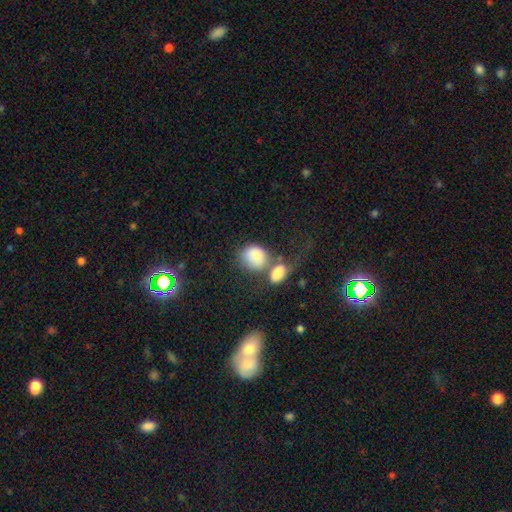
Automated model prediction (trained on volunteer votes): Smooth or featured? Predicted: smooth (p=0.80). How rounded? Predicted: round (p=0.57). Merging? Predicted: merger (p=0.47).